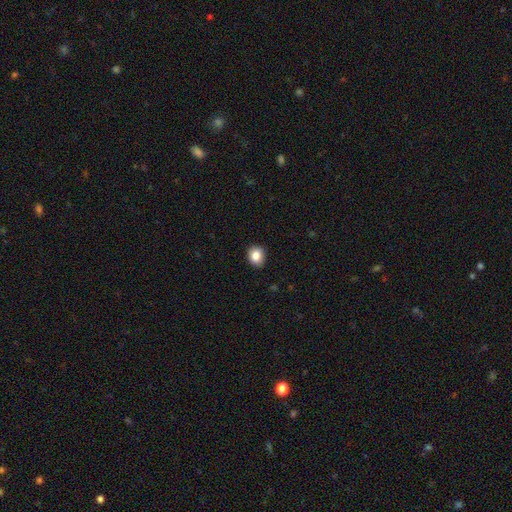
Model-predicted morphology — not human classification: A smooth galaxy with no disk features (85%) that is round (61%).

Vote fractions:
- Smooth or featured? smooth: 85% / star or artifact: 9% / featured or disk: 6%
- How rounded? round: 61% / in between: 38% / cigar-shaped: 1%
- Merging? none: 89% / minor disturbance: 9% / major disturbance: 2% / merger: 1%